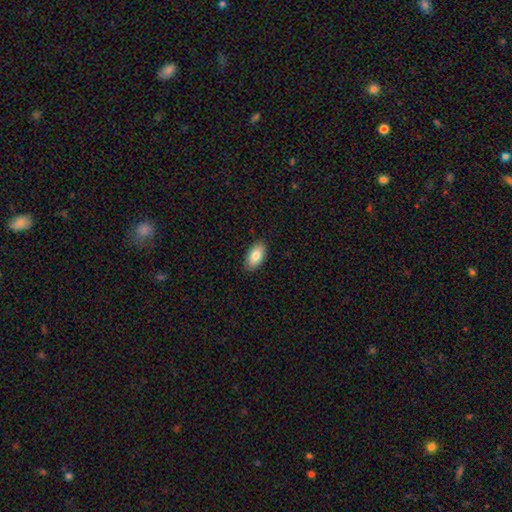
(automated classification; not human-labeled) smooth-or-featured: smooth: 84% | featured or disk: 10% | star or artifact: 6%
  how-rounded: in between: 94% | cigar-shaped: 3% | round: 3%
  merging: none: 89% | minor disturbance: 8% | major disturbance: 2% | merger: 1%